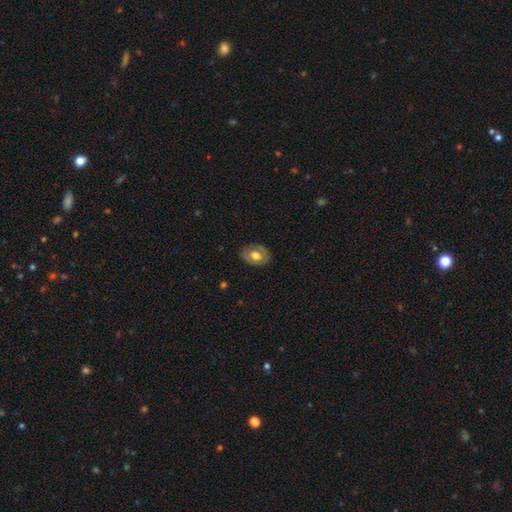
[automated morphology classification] smooth 53%, featured or disk 41%, star or artifact 7%. Down the decision tree: how rounded — in between (71%); merging — none (79%).